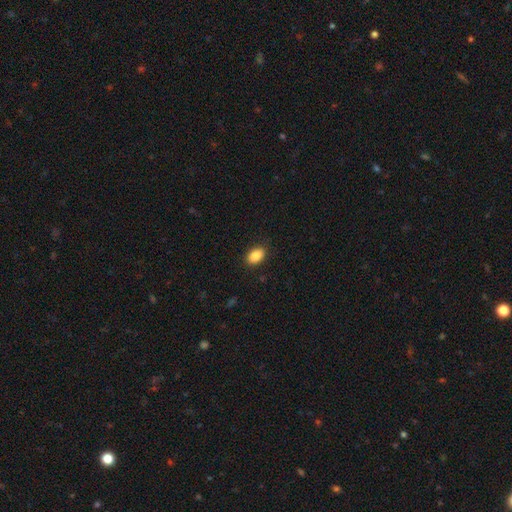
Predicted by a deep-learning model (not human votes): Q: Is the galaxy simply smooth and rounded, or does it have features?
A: smooth — 88%.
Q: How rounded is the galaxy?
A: in between — 86%.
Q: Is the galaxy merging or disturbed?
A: none — 87%.